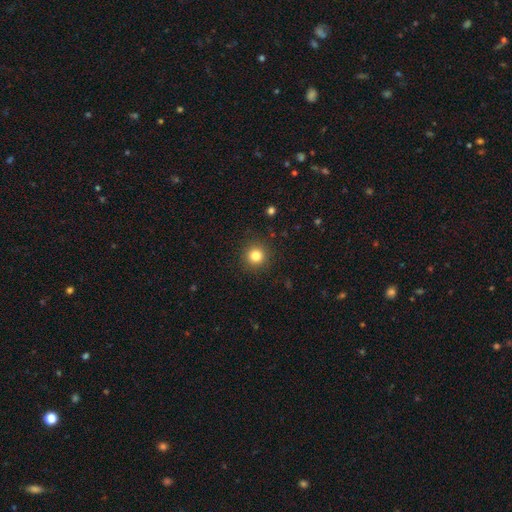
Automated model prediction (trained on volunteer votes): Overall: smooth (82%). How rounded: round (95%). Merging: none (91%).